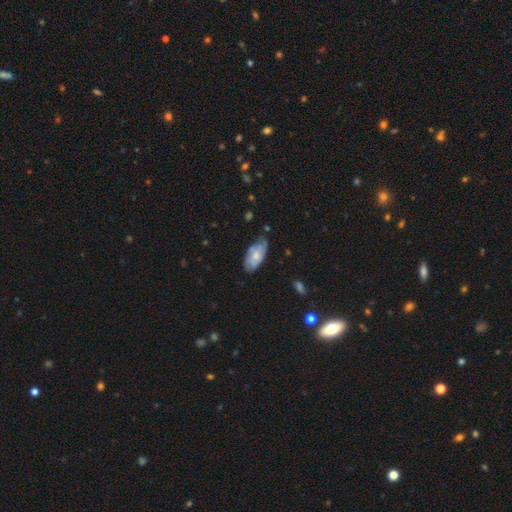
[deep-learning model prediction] This is possibly a smooth galaxy (52%). How rounded: clearly in between (90%). Merging: possibly none (60%).